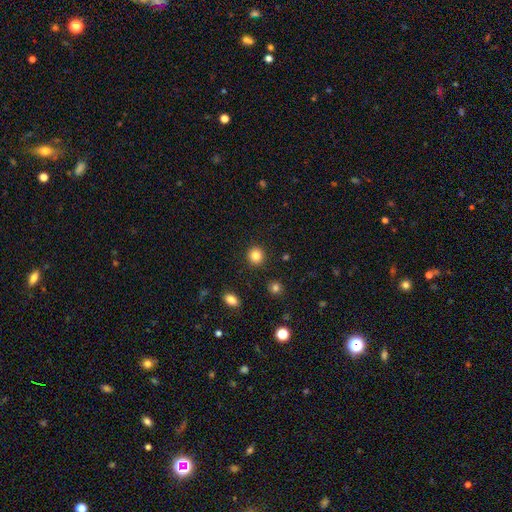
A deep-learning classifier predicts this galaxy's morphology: smooth 84%, star or artifact 11%, featured or disk 5%. Down the decision tree: how rounded — round (91%); merging — none (92%).